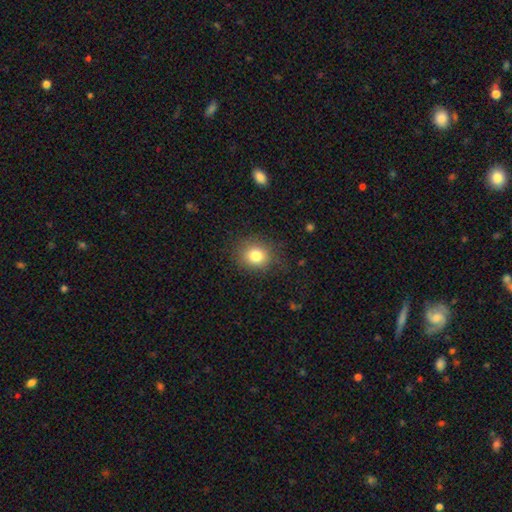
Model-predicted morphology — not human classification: smooth 81%, star or artifact 11%, featured or disk 8%. Down the decision tree: how rounded — round (73%); merging — none (81%).